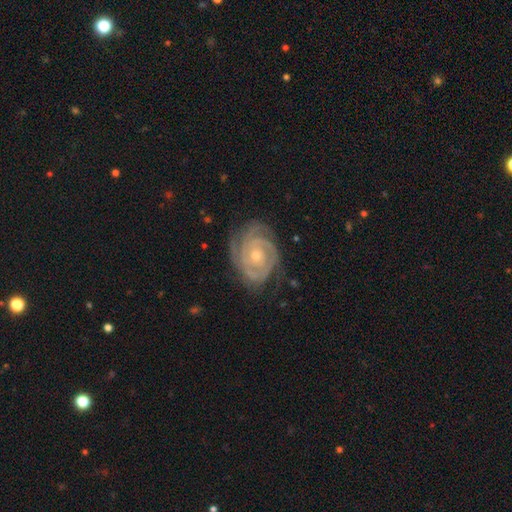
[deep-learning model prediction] Smooth or featured?
  - featured or disk: 91% *
  - smooth: 5%
  - star or artifact: 5%
Edge-on disk?
  - no: 97% *
  - yes: 3%
Bar?
  - no: 73% *
  - weak: 20%
  - strong: 7%
Spiral arms?
  - yes: 98% *
  - no: 2%
Spiral winding?
  - tight: 81% *
  - medium: 17%
  - loose: 2%
Spiral arm count?
  - 2: 34% *
  - 3: 33%
  - can't tell: 14%
  - 4: 9%
  - more than 4: 5%
  - 1: 5%
Bulge size?
  - small: 57% *
  - moderate: 40%
  - large: 1%
  - none: 1%
  - dominant: 1%
Merging?
  - none: 75% *
  - minor disturbance: 19%
  - major disturbance: 5%
  - merger: 1%